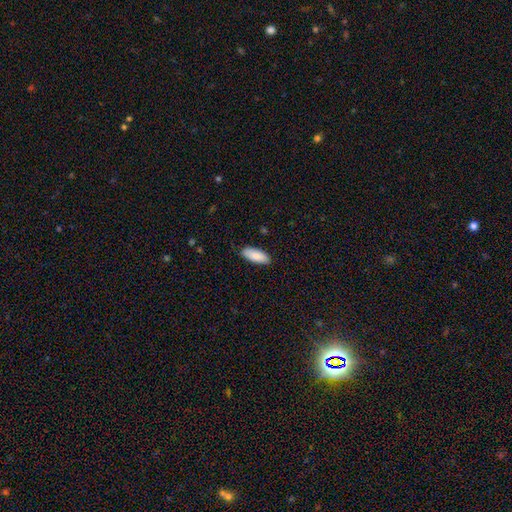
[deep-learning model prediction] This is clearly a smooth galaxy (88%). How rounded: likely in between (79%). Merging: clearly none (86%).